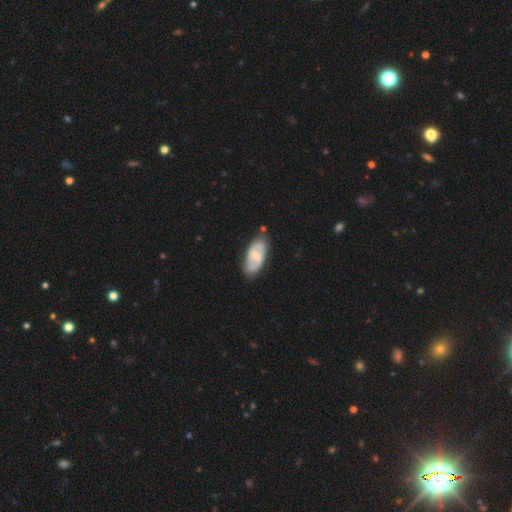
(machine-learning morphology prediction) Smooth or featured? Predicted: featured or disk (p=0.56). Edge-on disk? Predicted: no (p=0.92). Bar? Predicted: weak (p=0.49). Spiral arms? Predicted: yes (p=0.66). Bulge size? Predicted: small (p=0.50). Merging? Predicted: none (p=0.76).